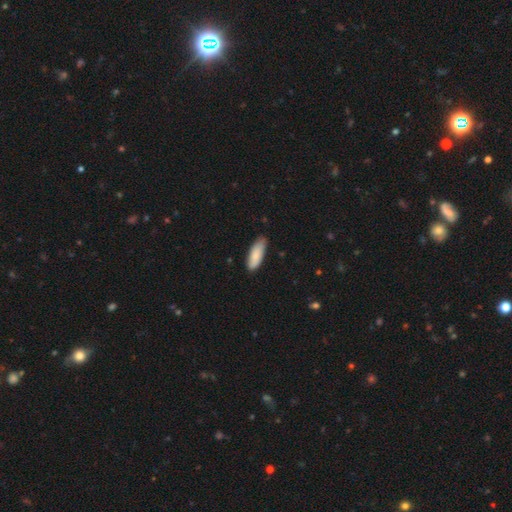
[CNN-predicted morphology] Smooth or featured: smooth — 84% (featured or disk — 10%)
How rounded: in between — 66% (cigar-shaped — 33%)
Merging: none — 76% (minor disturbance — 20%)